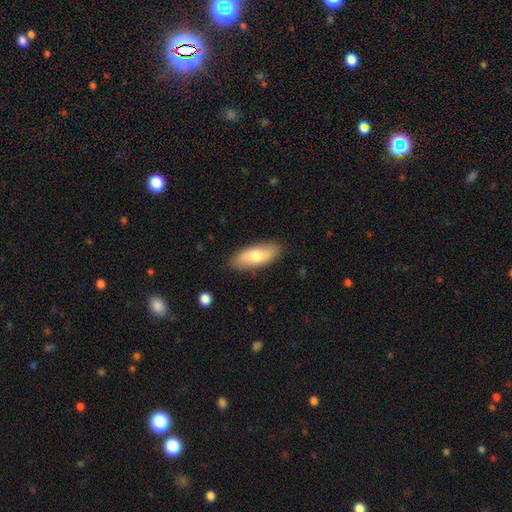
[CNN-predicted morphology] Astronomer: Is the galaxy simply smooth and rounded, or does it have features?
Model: smooth — 71%.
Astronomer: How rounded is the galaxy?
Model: in between — 79%.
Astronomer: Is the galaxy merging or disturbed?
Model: none — 87%.